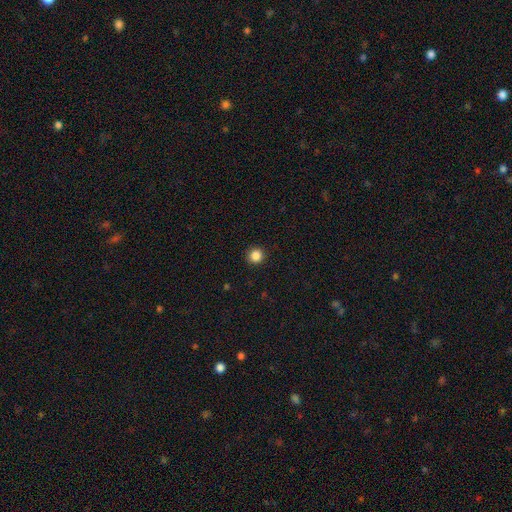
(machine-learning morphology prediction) type=smooth (86%); roundness=round (95%); merging=none (93%).